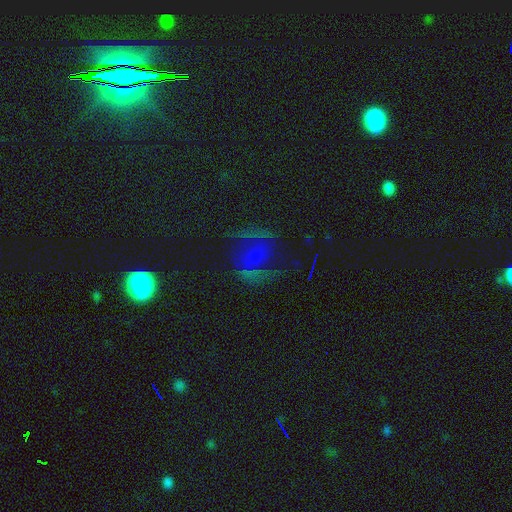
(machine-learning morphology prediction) type=featured or disk (46%); merging=none (60%).